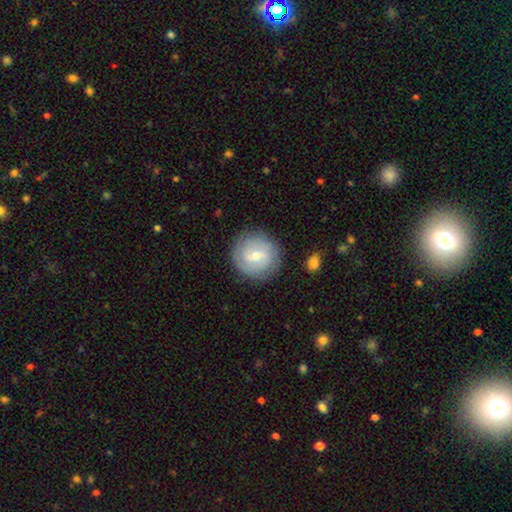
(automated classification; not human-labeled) Morphology: type=featured or disk (52%); edge-on=no (97%); bar=weak (59%); spiral arms=yes (73%); bulge=small (54%); merging=none (85%).